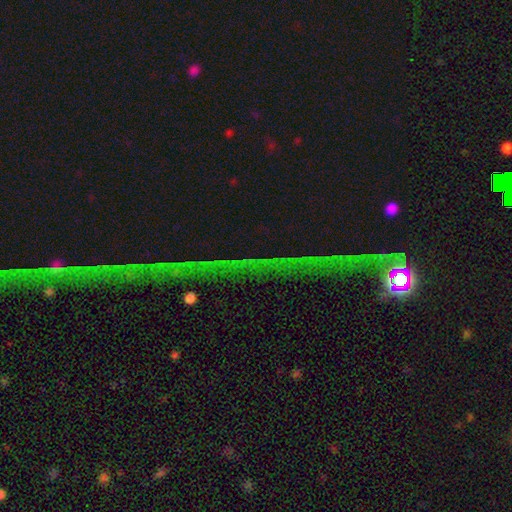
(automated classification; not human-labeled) The model was most divided on "smooth or featured": star or artifact: 77%, featured or disk: 13%, smooth: 10%.